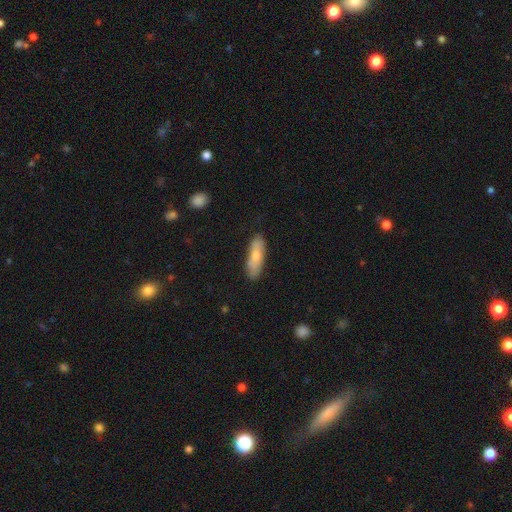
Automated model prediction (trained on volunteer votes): Smooth or featured: smooth — 73% (featured or disk — 21%)
How rounded: in between — 51% (cigar-shaped — 47%)
Merging: none — 77% (minor disturbance — 18%)